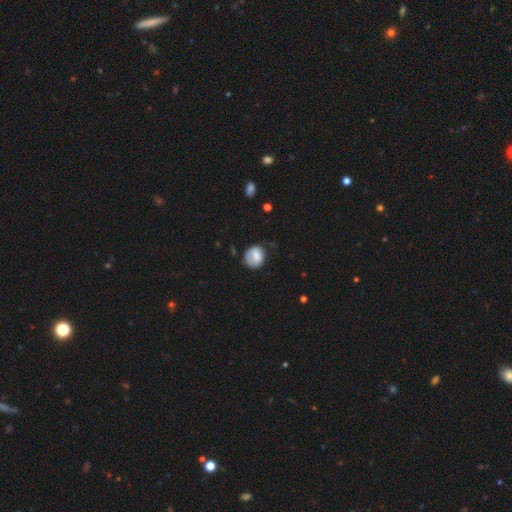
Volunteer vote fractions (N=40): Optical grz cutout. It shows a smooth galaxy with no disk features (80%) that is round (84%). Merging: none (65%).